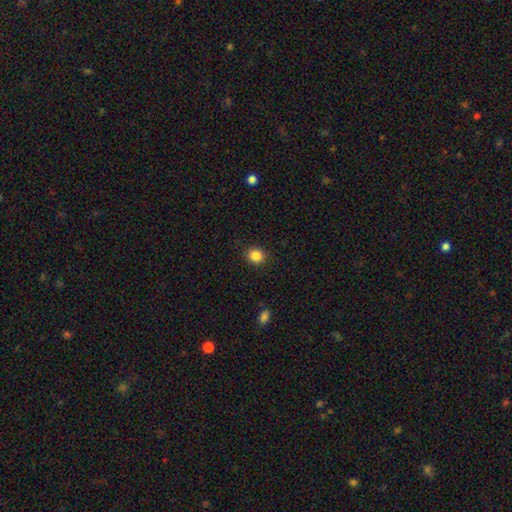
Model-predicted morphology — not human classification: smooth 86%, star or artifact 10%, featured or disk 4%. Down the decision tree: how rounded — round (82%); merging — none (90%).